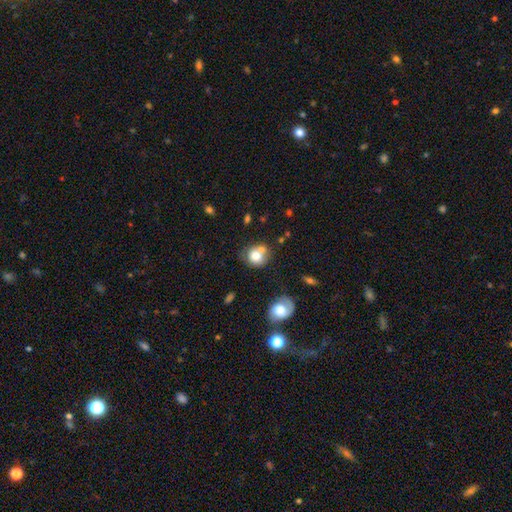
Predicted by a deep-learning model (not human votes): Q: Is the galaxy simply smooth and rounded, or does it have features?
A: smooth — 75%.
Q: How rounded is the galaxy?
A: round — 77%.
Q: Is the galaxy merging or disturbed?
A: none — 49%.